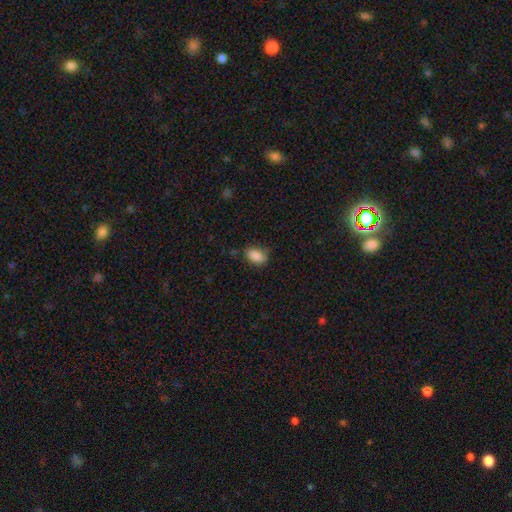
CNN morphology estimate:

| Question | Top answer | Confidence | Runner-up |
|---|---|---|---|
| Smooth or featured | smooth | 86% | star or artifact (8%) |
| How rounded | in between | 86% | round (12%) |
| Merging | none | 69% | minor disturbance (24%) |